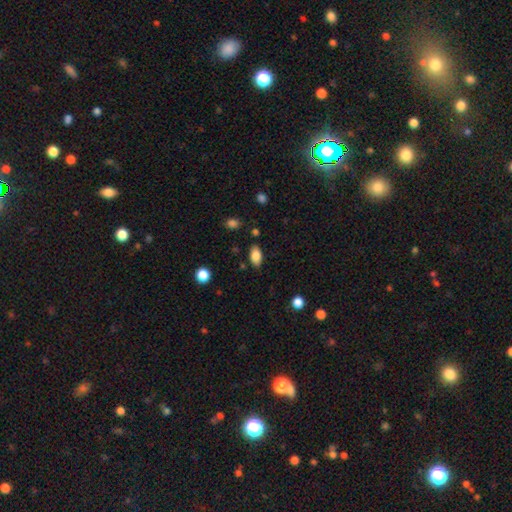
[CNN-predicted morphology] Smooth or featured? Predicted: smooth (p=0.84). How rounded? Predicted: in between (p=0.91). Merging? Predicted: none (p=0.83).